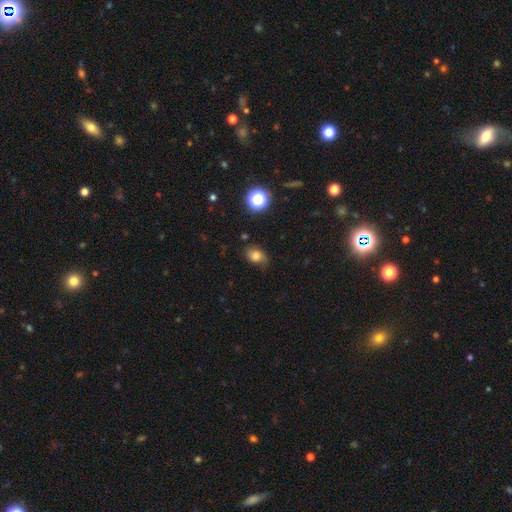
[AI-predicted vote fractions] smooth-or-featured: smooth: 72% | featured or disk: 14% | star or artifact: 14%
  how-rounded: in between: 65% | round: 34% | cigar-shaped: 1%
  merging: none: 61% | minor disturbance: 28% | major disturbance: 9% | merger: 2%